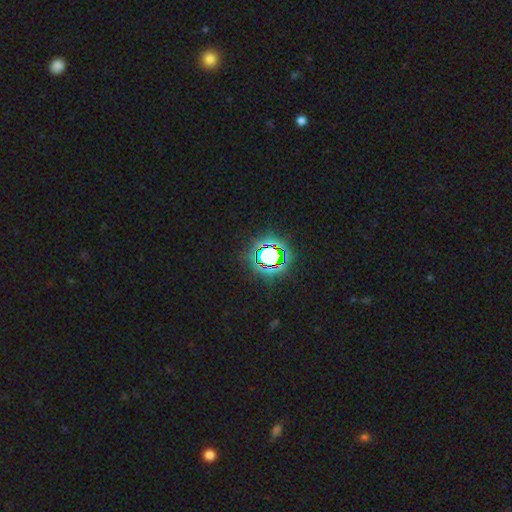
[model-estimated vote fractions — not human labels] The model was most divided on "smooth or featured": star or artifact: 79%, smooth: 13%, featured or disk: 8%.